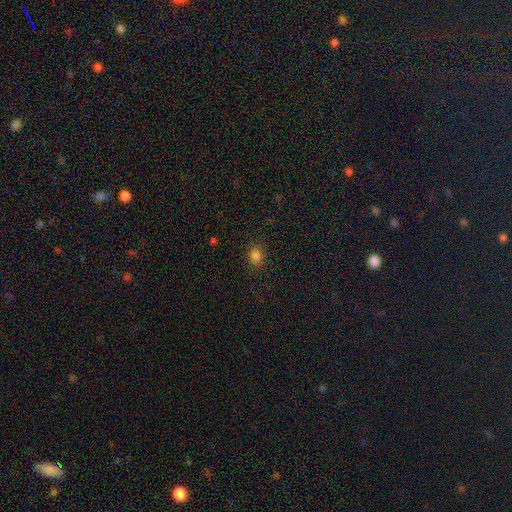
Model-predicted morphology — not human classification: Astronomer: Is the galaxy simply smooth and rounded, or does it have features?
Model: smooth — 81%.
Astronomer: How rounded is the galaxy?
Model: round — 59% (runner-up: in between, 40%).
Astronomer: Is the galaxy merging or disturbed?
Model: none — 87%.